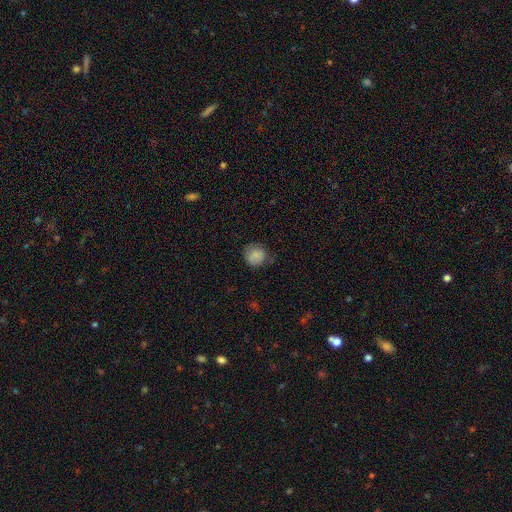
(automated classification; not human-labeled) Smooth or featured? Predicted: smooth (p=0.83). How rounded? Predicted: round (p=0.86). Merging? Predicted: none (p=0.69).